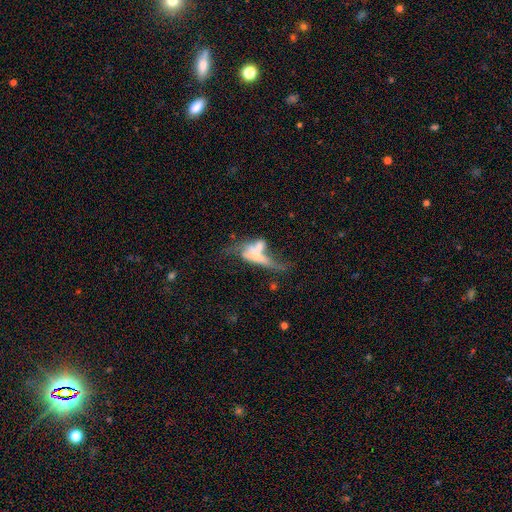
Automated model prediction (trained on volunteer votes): smooth-or-featured: featured or disk: 51% | smooth: 39% | star or artifact: 10%
  disk-edge-on: no: 67% | yes: 33%
  merging: merger: 53% | major disturbance: 22% | none: 15% | minor disturbance: 10%